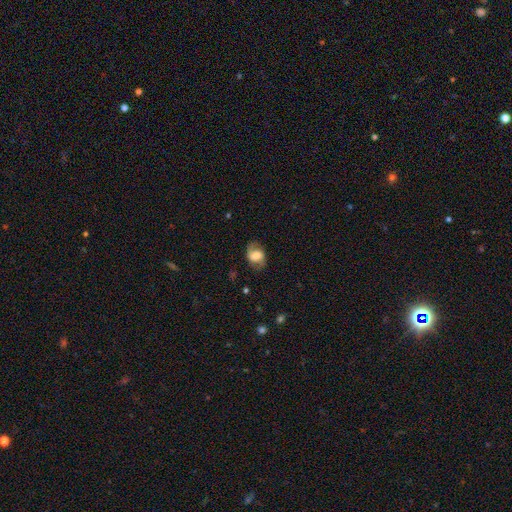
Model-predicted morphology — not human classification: type=smooth (50%); roundness=in between (72%); merging=none (68%).